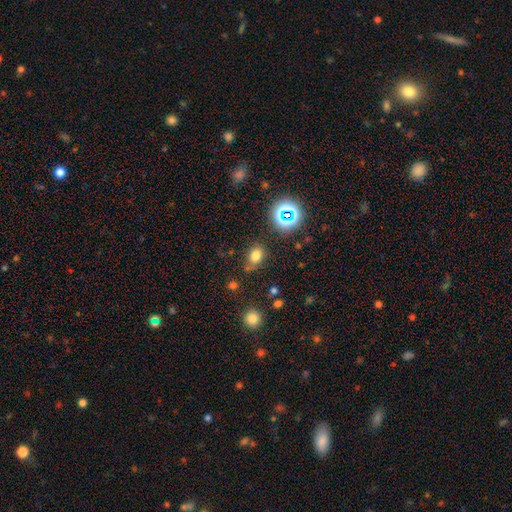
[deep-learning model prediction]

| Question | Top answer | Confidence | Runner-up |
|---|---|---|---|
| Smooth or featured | smooth | 73% | star or artifact (19%) |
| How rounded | in between | 65% | round (34%) |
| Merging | none | 68% | minor disturbance (21%) |